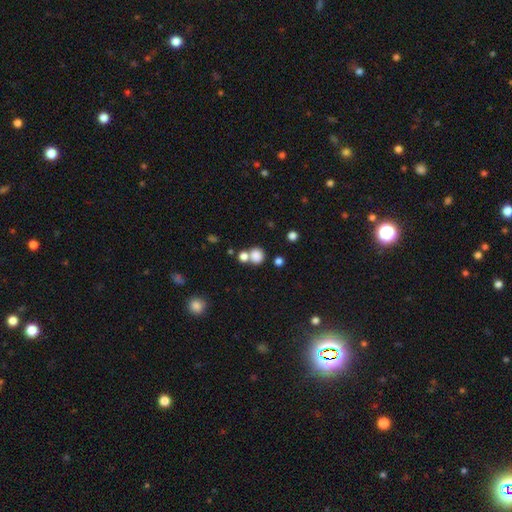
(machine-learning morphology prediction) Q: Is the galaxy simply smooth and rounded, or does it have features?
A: smooth — 82%.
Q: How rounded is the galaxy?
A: round — 84%.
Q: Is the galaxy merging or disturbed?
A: none — 53%.